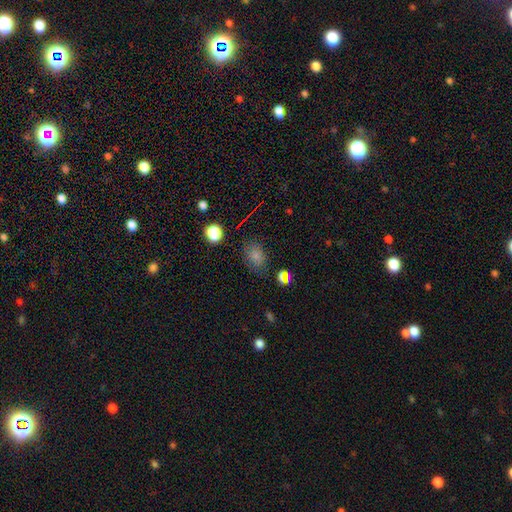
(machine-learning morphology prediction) Q: Smooth or featured?
A: smooth (74%); runner-up: star or artifact (19%)
Q: How rounded?
A: in between (67%); runner-up: round (31%)
Q: Merging?
A: none (79%); runner-up: minor disturbance (14%)